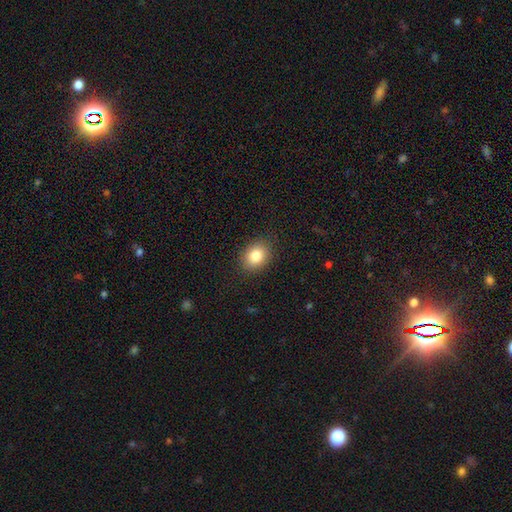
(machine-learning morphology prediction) A smooth galaxy with no disk features (83%) that is in between round and cigar-shaped (56%). Merging: none (87%).